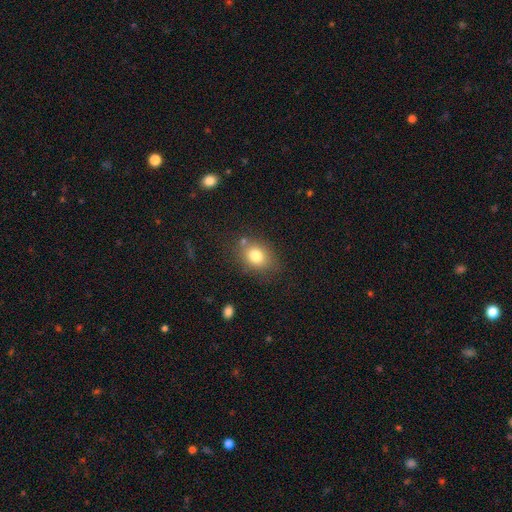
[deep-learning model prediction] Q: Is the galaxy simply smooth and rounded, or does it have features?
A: smooth — 78%.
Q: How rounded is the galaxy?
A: in between — 59%.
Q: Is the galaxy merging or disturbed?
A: none — 73%.